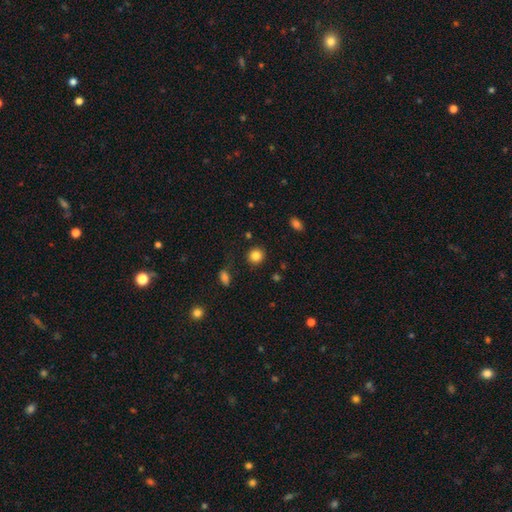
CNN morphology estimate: Smooth or featured?
  - smooth: 84% *
  - star or artifact: 11%
  - featured or disk: 6%
How rounded?
  - round: 89% *
  - in between: 10%
  - cigar-shaped: 1%
Merging?
  - none: 88% *
  - minor disturbance: 8%
  - major disturbance: 3%
  - merger: 2%